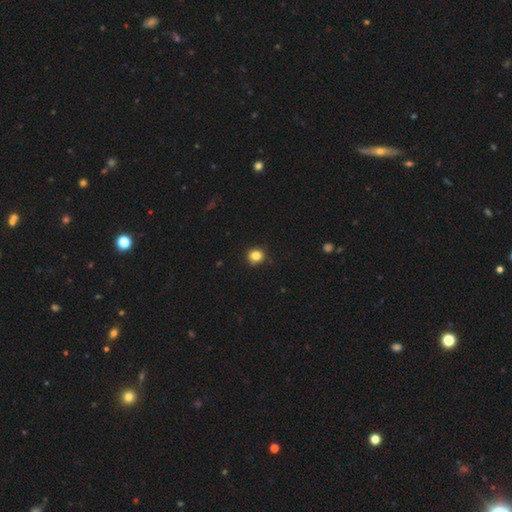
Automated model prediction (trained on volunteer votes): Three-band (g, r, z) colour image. It shows a smooth galaxy with no disk features (84%) that is round (79%). Merging: none (86%).